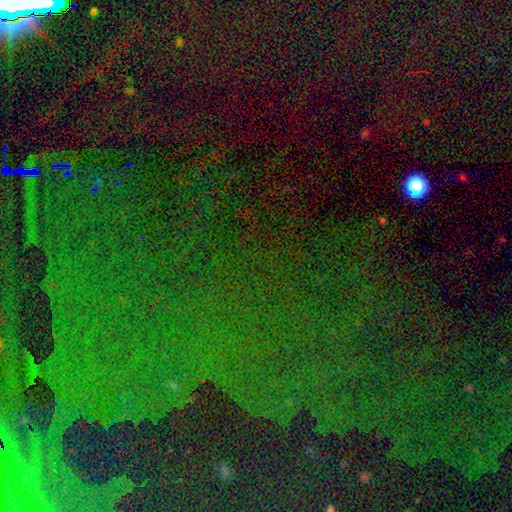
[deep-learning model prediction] This appears to be a star or artifact, not a galaxy (81%).